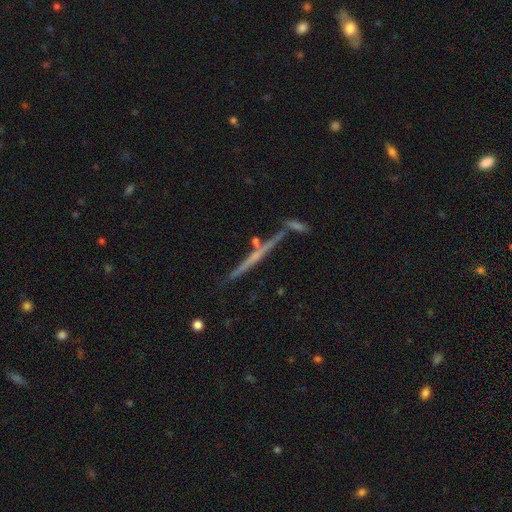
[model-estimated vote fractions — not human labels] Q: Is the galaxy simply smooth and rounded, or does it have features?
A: featured or disk — 67%.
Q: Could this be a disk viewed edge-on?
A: yes — 96%.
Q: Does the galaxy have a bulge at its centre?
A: none — 67%.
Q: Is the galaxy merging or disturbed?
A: none — 74%.